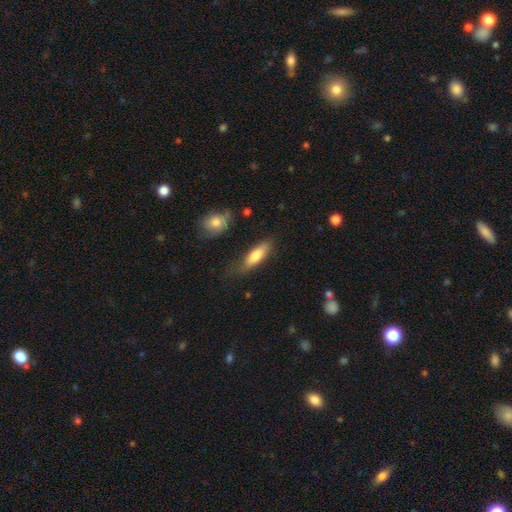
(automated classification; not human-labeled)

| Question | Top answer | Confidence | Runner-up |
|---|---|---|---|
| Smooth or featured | smooth | 75% | featured or disk (19%) |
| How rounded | in between | 53% | cigar-shaped (45%) |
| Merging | none | 69% | minor disturbance (21%) |